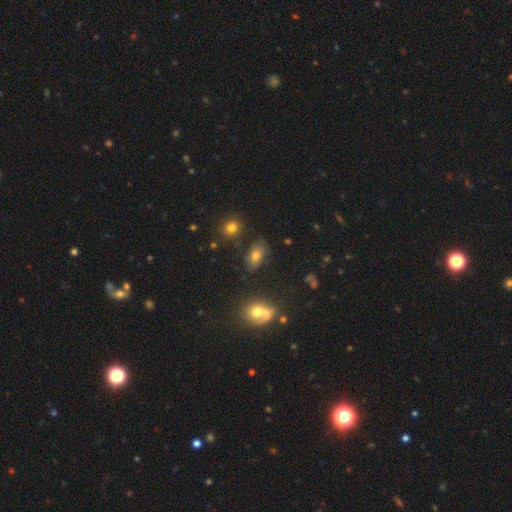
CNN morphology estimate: Smooth or featured? smooth (66%)
How rounded? in between (86%)
Merging? none (75%)